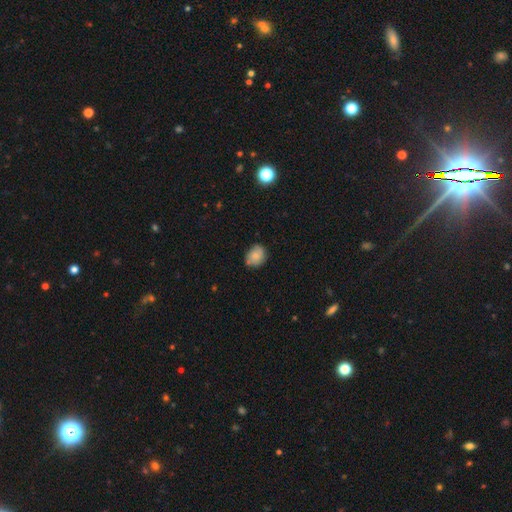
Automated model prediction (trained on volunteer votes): This is likely a smooth galaxy (80%). How rounded: possibly round (56%). Merging: likely none (71%).